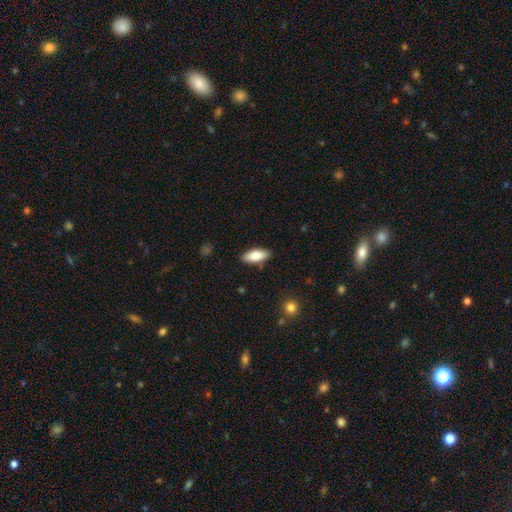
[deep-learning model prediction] Morphology: type=smooth (81%); roundness=in between (81%); merging=none (87%).